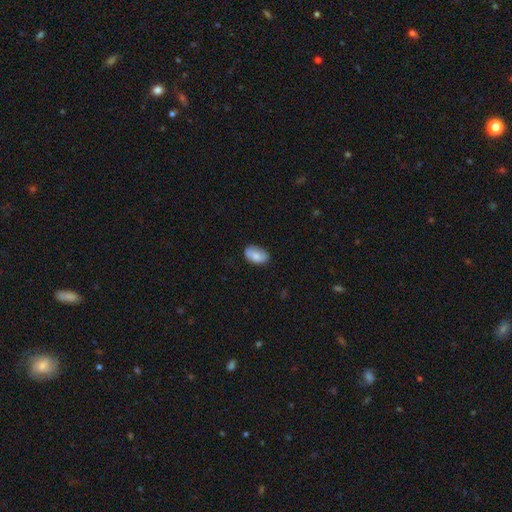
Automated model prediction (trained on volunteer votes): This appears to be a smooth galaxy with no disk features (80%) that is in between round and cigar-shaped (91%). Merging: none (78%).